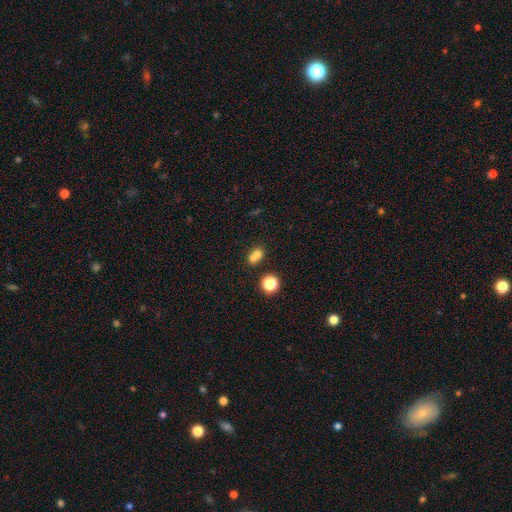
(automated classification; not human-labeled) A smooth galaxy with no disk features (70%) that is round (69%). Merging: merger (59%).